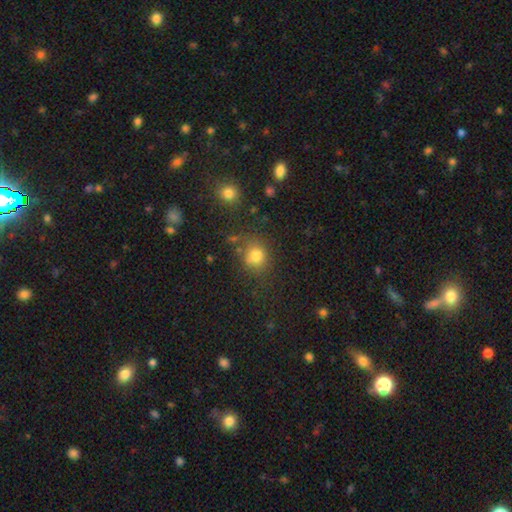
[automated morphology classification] Q: Smooth or featured?
A: smooth (78%); runner-up: star or artifact (15%)
Q: How rounded?
A: round (76%); runner-up: in between (23%)
Q: Merging?
A: none (68%); runner-up: minor disturbance (17%)